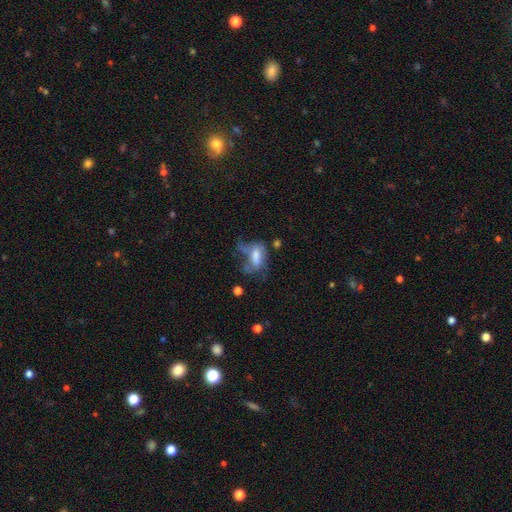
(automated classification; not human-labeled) This appears to be a featured or disk galaxy (44%, tied with smooth). Merging: major disturbance (44%).